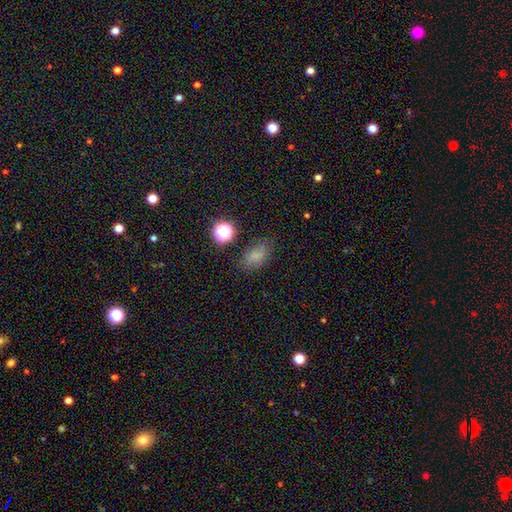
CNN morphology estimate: smooth-or-featured: smooth: 72% | star or artifact: 18% | featured or disk: 10%
  how-rounded: in between: 84% | round: 13% | cigar-shaped: 3%
  merging: none: 70% | minor disturbance: 20% | major disturbance: 7% | merger: 3%